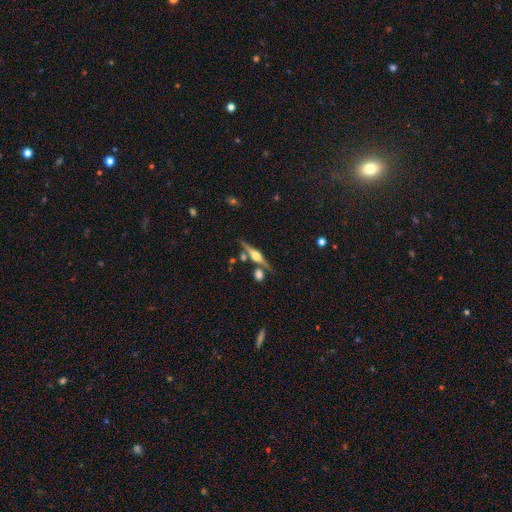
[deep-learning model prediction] featured or disk 78%, smooth 15%, star or artifact 7%. Down the decision tree: edge-on disk — yes (97%); edge-on bulge — rounded (90%); merging — none (77%).